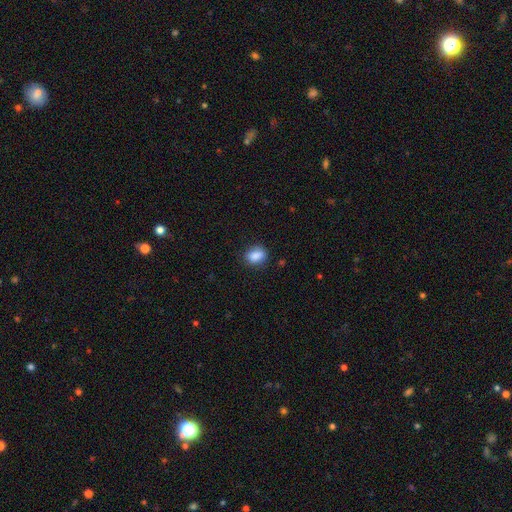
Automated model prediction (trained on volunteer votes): smooth-or-featured: smooth: 85% | star or artifact: 9% | featured or disk: 6%
  how-rounded: in between: 66% | round: 32% | cigar-shaped: 2%
  merging: none: 81% | minor disturbance: 14% | major disturbance: 3% | merger: 2%